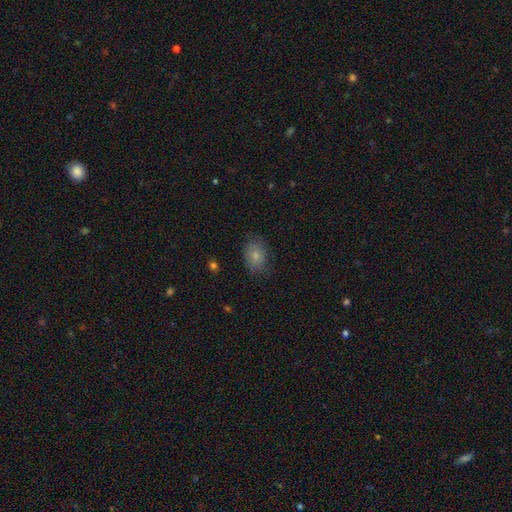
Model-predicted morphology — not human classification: smooth 82%, featured or disk 9%, star or artifact 9%. Down the decision tree: how rounded — in between (72%); merging — none (77%).